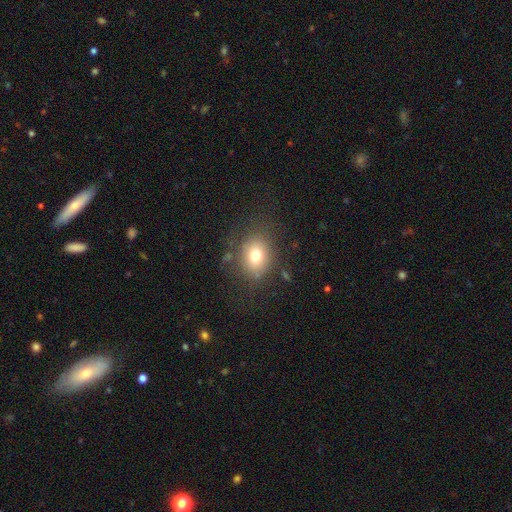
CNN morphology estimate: type=smooth (74%); roundness=round (51%); merging=none (75%).